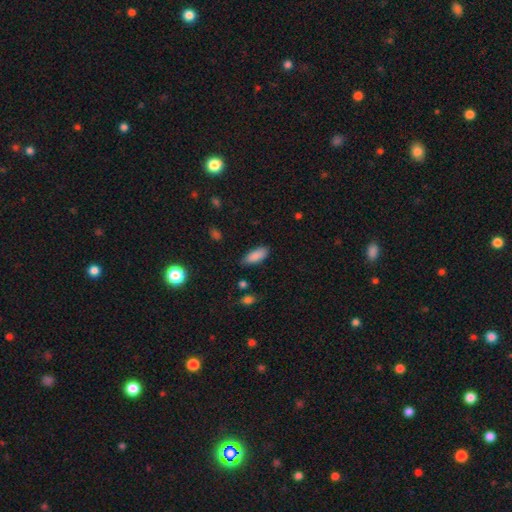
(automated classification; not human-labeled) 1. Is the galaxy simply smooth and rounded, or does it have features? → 88% smooth, 7% star or artifact, 5% featured or disk.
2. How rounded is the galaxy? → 80% in between, 18% cigar-shaped, 2% round.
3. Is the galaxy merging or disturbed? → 79% none, 16% minor disturbance, 3% major disturbance, 2% merger.